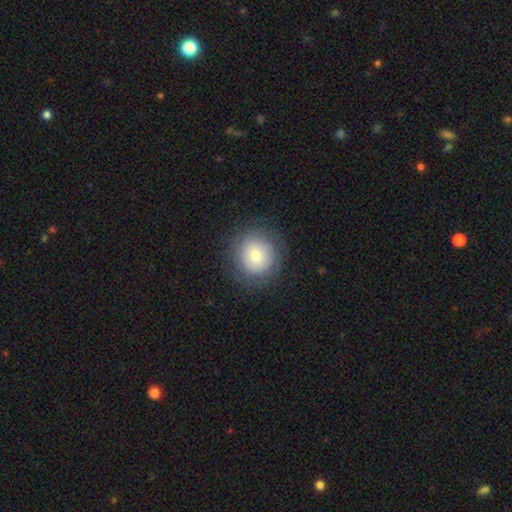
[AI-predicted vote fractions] A smooth galaxy with no disk features (68%) that is round (90%). Merging: none (83%).